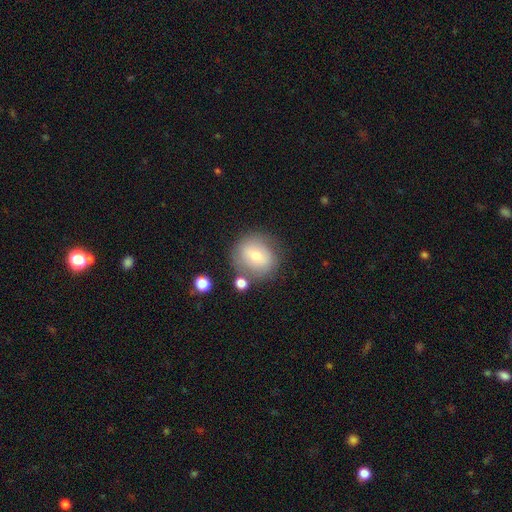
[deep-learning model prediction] Morphology: type=smooth (66%); roundness=round (82%); merging=none (73%).